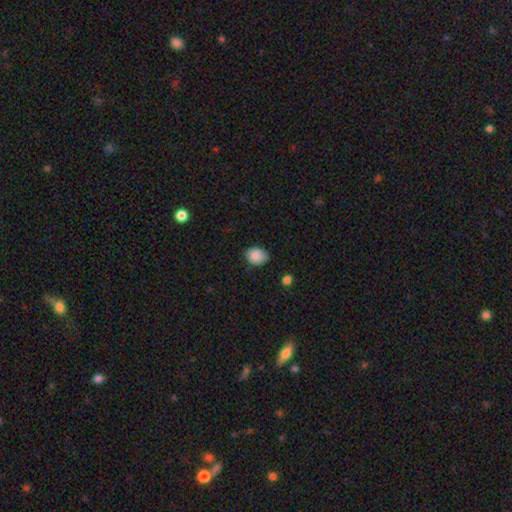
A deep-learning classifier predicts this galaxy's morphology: The model was most divided on "how rounded": in between: 58%, round: 41%, cigar-shaped: 1%. More confident: smooth or featured — smooth (87%); merging — none (75%).